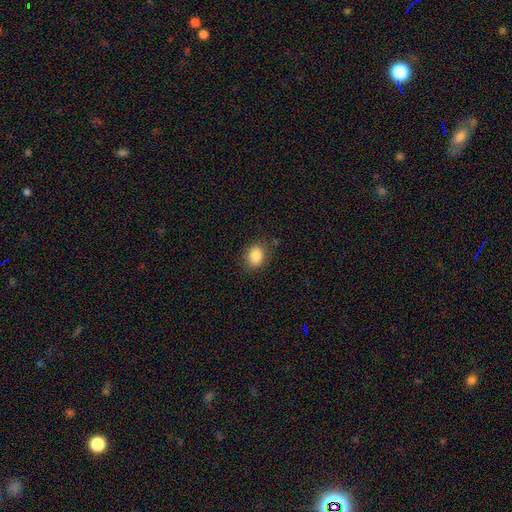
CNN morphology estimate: This is clearly a smooth galaxy (86%). How rounded: likely in between (61%). Merging: clearly none (82%).